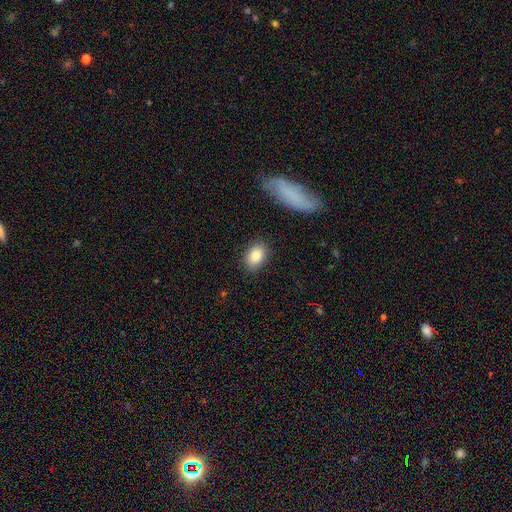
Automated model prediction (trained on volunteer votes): A smooth galaxy with no disk features (83%) that is in between round and cigar-shaped (78%). Merging: none (86%).